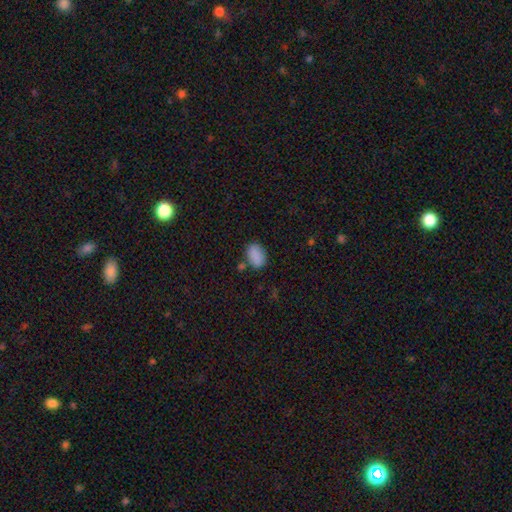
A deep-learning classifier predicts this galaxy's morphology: smooth 87%, star or artifact 8%, featured or disk 5%. Down the decision tree: how rounded — in between (86%); merging — none (73%).